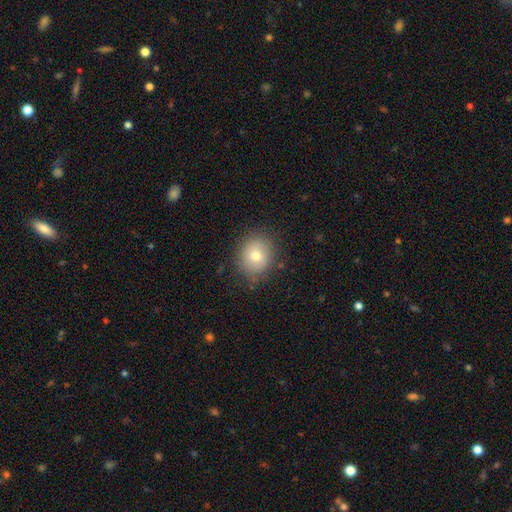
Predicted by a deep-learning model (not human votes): The model was most divided on "how rounded": round: 68%, in between: 31%, cigar-shaped: 1%. More confident: merging — none (83%); smooth or featured — smooth (75%).